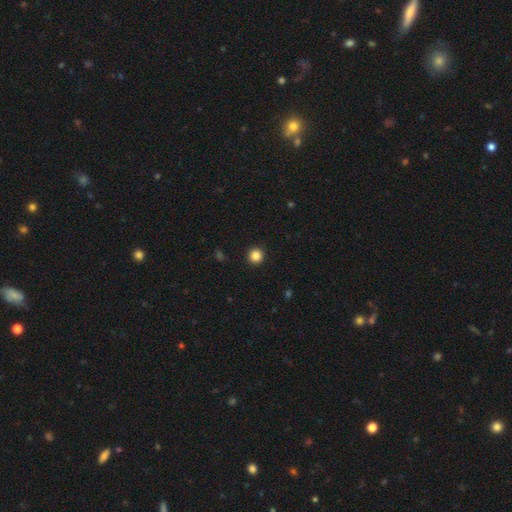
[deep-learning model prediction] Smooth or featured? smooth (86%)
How rounded? round (95%)
Merging? none (93%)